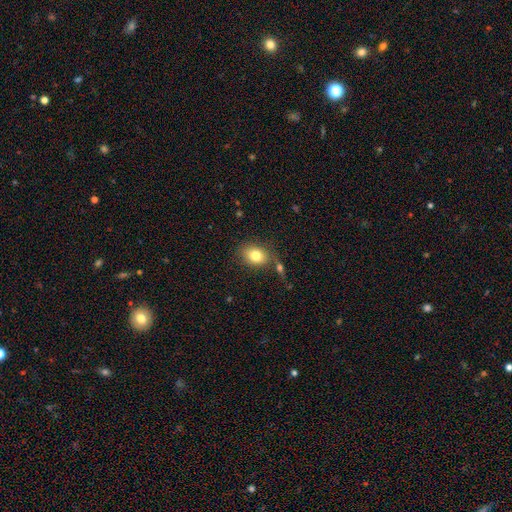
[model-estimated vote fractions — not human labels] smooth-or-featured: smooth: 80% | featured or disk: 10% | star or artifact: 9%
  how-rounded: in between: 67% | round: 32% | cigar-shaped: 1%
  merging: none: 68% | minor disturbance: 14% | merger: 13% | major disturbance: 5%